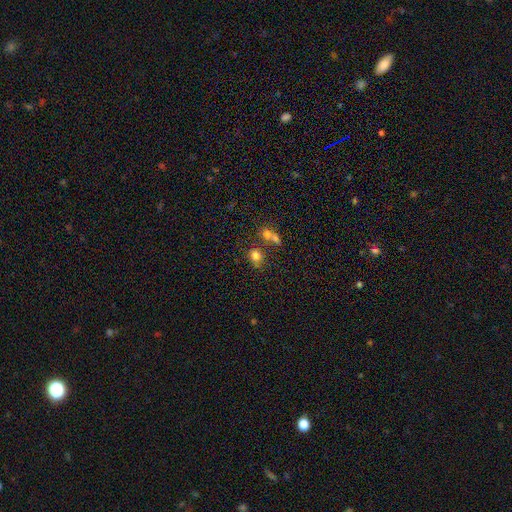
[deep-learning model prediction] Smooth or featured?
  - smooth: 76% *
  - star or artifact: 15%
  - featured or disk: 10%
How rounded?
  - round: 68% *
  - in between: 31%
  - cigar-shaped: 1%
Merging?
  - none: 55% *
  - merger: 26%
  - minor disturbance: 13%
  - major disturbance: 6%